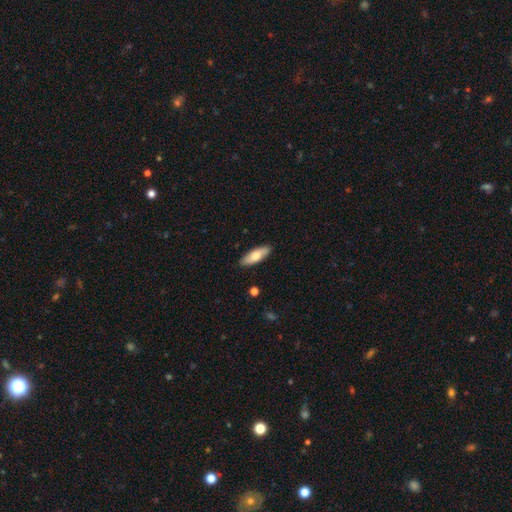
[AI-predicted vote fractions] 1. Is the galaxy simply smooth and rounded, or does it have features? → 70% smooth, 25% featured or disk, 5% star or artifact.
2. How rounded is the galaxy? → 63% in between, 35% cigar-shaped, 2% round.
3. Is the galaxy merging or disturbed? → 89% none, 8% minor disturbance, 2% major disturbance, 1% merger.